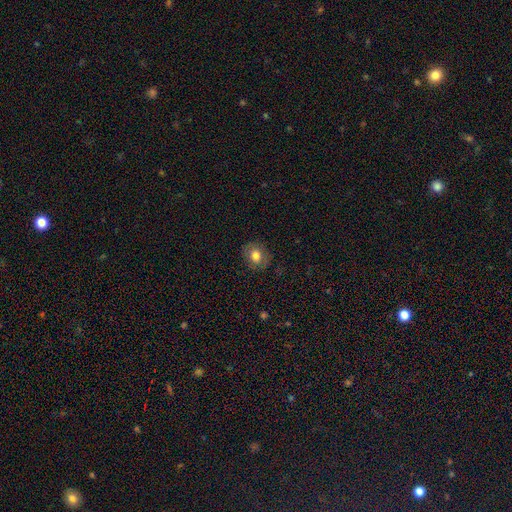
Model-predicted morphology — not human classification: This appears to be a smooth galaxy with no disk features (77%) that is round (62%). Merging: none (84%).